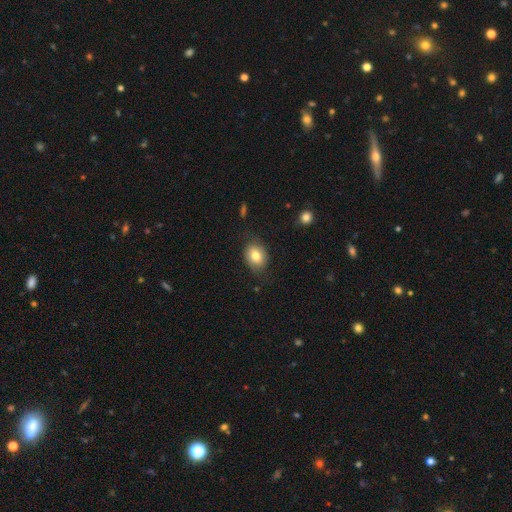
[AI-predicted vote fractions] A smooth galaxy with no disk features (79%) that is in between round and cigar-shaped (63%). Merging: none (76%).